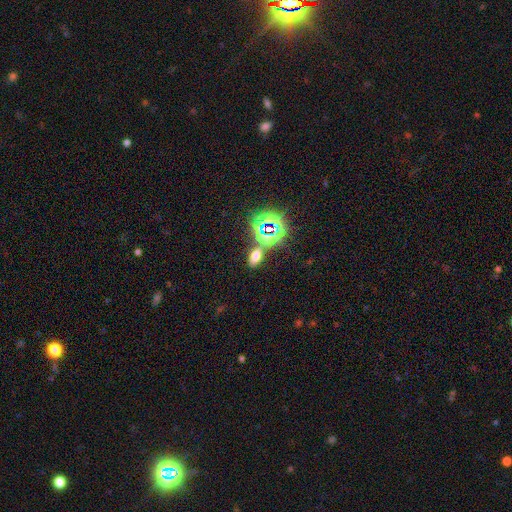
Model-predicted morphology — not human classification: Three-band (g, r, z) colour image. It shows a smooth galaxy with no disk features (54%) that is in between round and cigar-shaped (83%). Merging: none (76%).